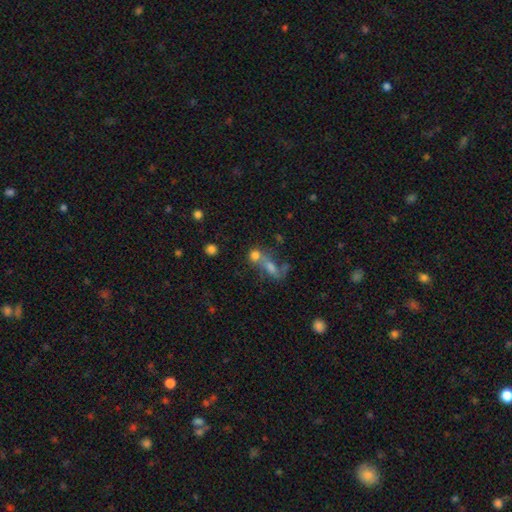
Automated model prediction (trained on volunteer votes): The model was most divided on "merging": merger: 51%, none: 31%, minor disturbance: 9%, major disturbance: 9%. More confident: smooth or featured — smooth (65%); how rounded — round (57%).